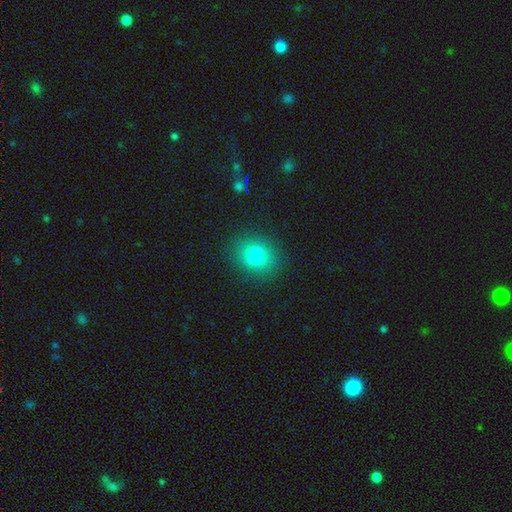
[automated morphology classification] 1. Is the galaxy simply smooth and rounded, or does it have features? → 79% smooth, 13% star or artifact, 8% featured or disk.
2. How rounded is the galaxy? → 66% round, 33% in between, 1% cigar-shaped.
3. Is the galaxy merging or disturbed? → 88% none, 8% minor disturbance, 3% major disturbance, 1% merger.